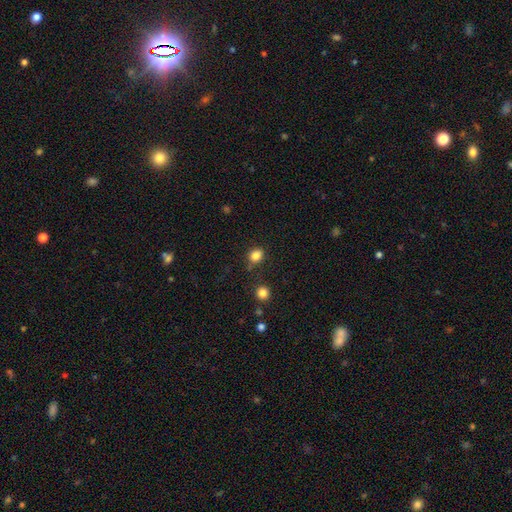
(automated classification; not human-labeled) Smooth or featured? smooth (83%)
How rounded? round (61%)
Merging? none (75%)